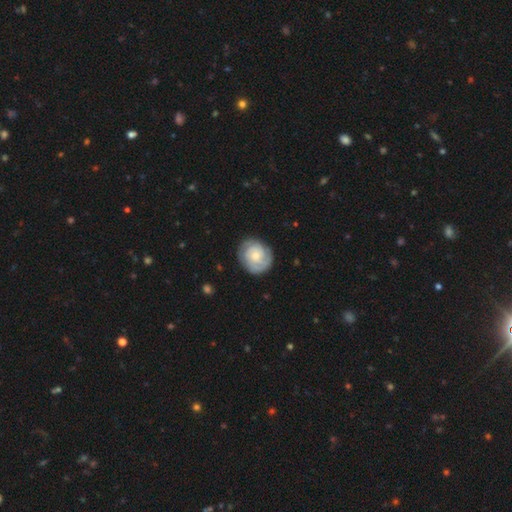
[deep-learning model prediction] Smooth or featured? Predicted: featured or disk (p=0.72). Edge-on disk? Predicted: no (p=0.98). Bar? Predicted: no (p=0.74). Spiral arms? Predicted: yes (p=0.93). Spiral winding? Predicted: tight (p=0.70). Spiral arm count? Predicted: 2 (p=0.36). Bulge size? Predicted: small (p=0.54). Merging? Predicted: none (p=0.81).